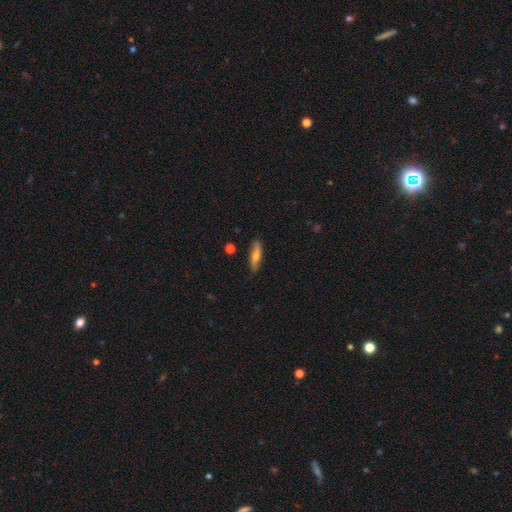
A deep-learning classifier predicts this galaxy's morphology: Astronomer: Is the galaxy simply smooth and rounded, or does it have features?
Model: smooth — 58% (runner-up: featured or disk, 36%).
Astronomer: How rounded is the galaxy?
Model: cigar-shaped — 65%.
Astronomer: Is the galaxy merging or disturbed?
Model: none — 85%.